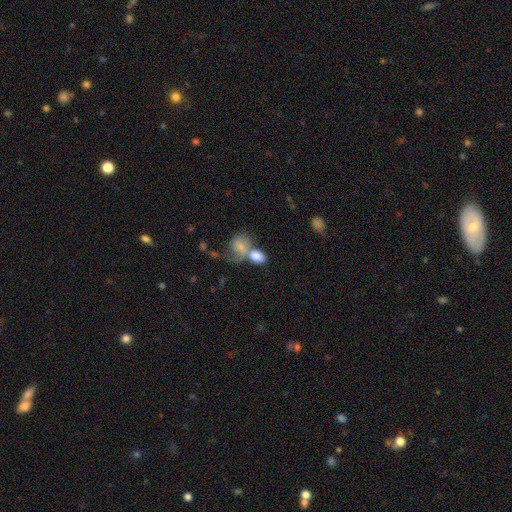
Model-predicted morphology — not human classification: smooth 79%, featured or disk 13%, star or artifact 8%. Down the decision tree: how rounded — in between (77%); merging — merger (60%).